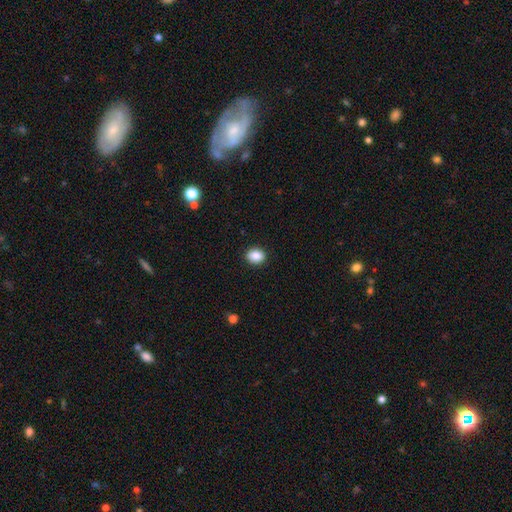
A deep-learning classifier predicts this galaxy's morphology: smooth_or_featured: smooth (p=0.87) [alt: star or artifact p=0.09]
how_rounded: round (p=0.56) [alt: in between p=0.43]
merging: none (p=0.91) [alt: minor disturbance p=0.06]